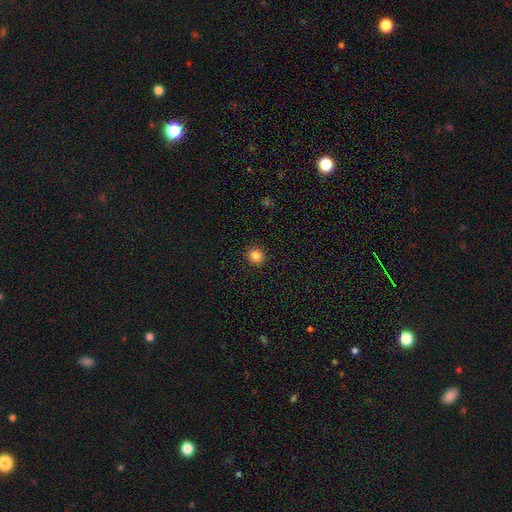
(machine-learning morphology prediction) smooth_or_featured: smooth (p=0.84) [alt: star or artifact p=0.11]
how_rounded: round (p=0.88) [alt: in between p=0.11]
merging: none (p=0.92) [alt: minor disturbance p=0.05]